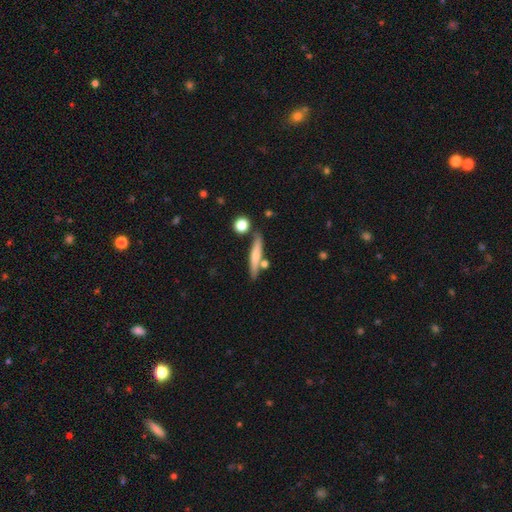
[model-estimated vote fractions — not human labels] This appears to be a smooth galaxy with no disk features (59%) that is cigar-shaped (89%). Merging: none (76%).